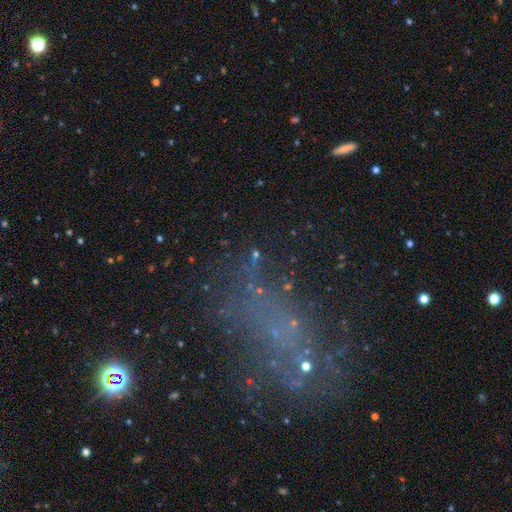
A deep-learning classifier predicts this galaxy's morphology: This appears to be a star or artifact, not a galaxy (55%).